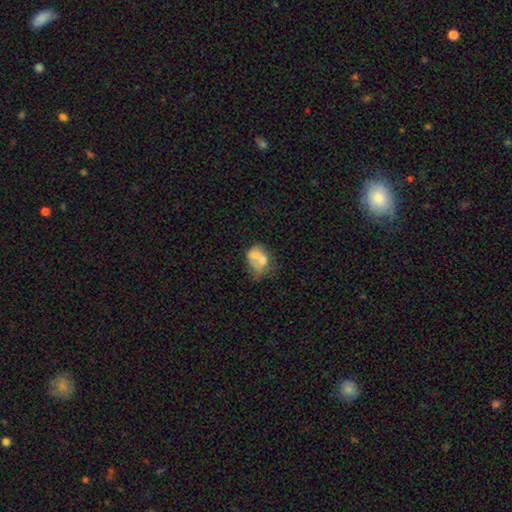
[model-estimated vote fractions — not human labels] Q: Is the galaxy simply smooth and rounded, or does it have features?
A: smooth — 57%.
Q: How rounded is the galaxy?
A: in between — 56%.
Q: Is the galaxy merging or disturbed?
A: merger — 59%.